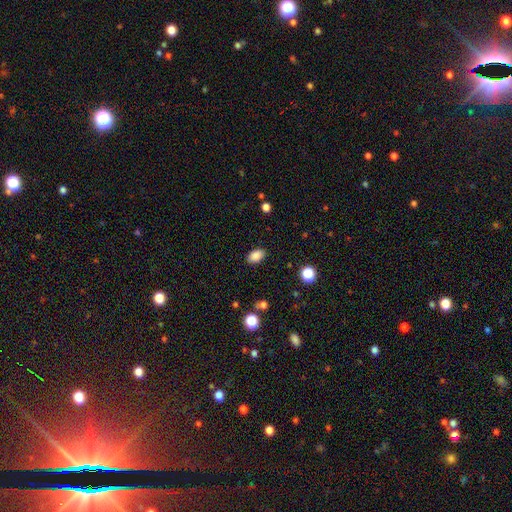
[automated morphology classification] smooth 87%, star or artifact 9%, featured or disk 4%. Down the decision tree: how rounded — in between (89%); merging — none (88%).